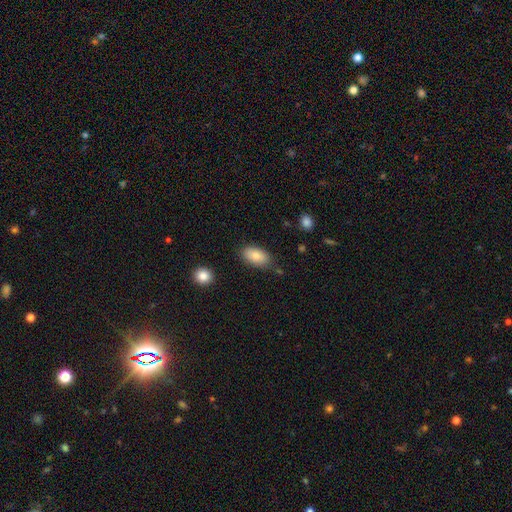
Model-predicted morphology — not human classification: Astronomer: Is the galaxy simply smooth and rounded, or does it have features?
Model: smooth — 84%.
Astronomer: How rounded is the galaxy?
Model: in between — 93%.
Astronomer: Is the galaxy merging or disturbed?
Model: none — 77%.